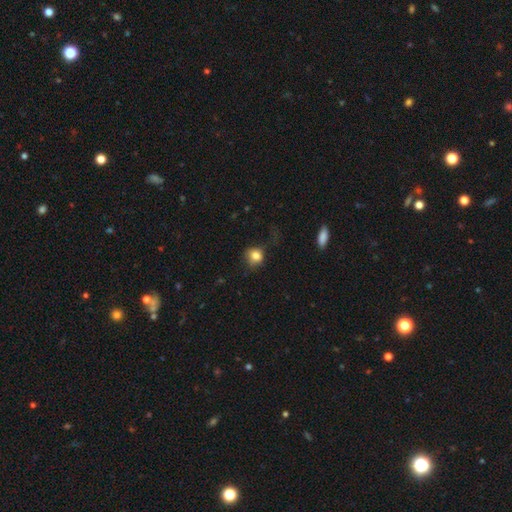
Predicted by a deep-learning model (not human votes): Smooth or featured? Predicted: smooth (p=0.82). How rounded? Predicted: round (p=0.71). Merging? Predicted: none (p=0.55).